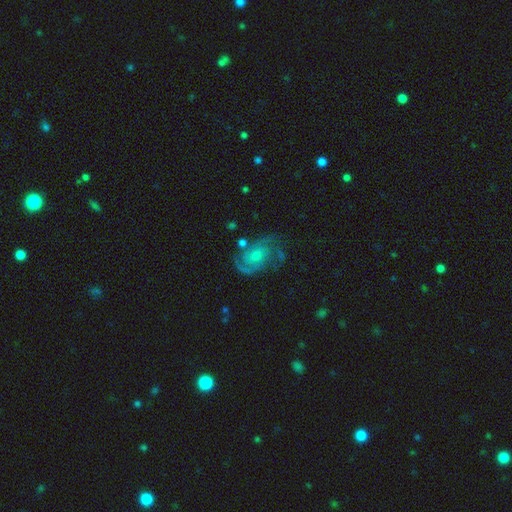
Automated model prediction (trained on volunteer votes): Q: Smooth or featured?
A: featured or disk (84%); runner-up: smooth (9%)
Q: Edge-on disk?
A: no (97%); runner-up: yes (3%)
Q: Bar?
A: no (69%); runner-up: weak (26%)
Q: Spiral arms?
A: yes (95%); runner-up: no (5%)
Q: Spiral winding?
A: medium (47%); runner-up: tight (38%)
Q: Spiral arm count?
A: 2 (49%); runner-up: 3 (20%)
Q: Bulge size?
A: small (58%); runner-up: moderate (36%)
Q: Merging?
A: none (66%); runner-up: minor disturbance (19%)